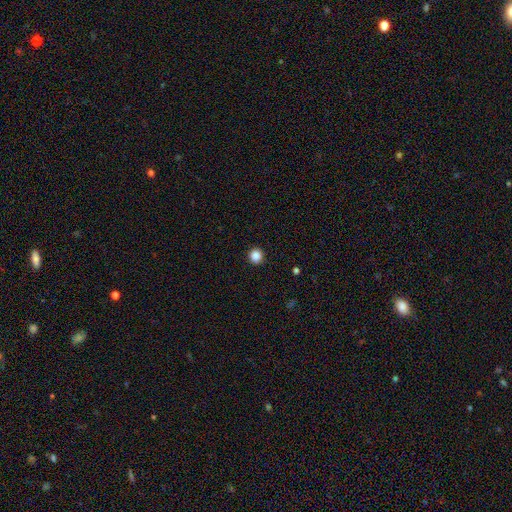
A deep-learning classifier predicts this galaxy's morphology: This is clearly a smooth galaxy (87%). How rounded: clearly round (94%). Merging: clearly none (93%).